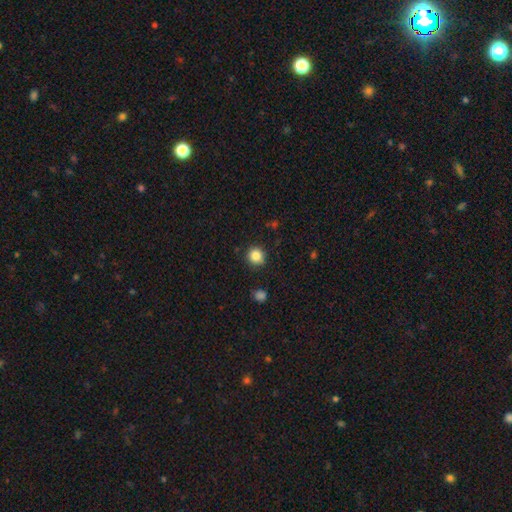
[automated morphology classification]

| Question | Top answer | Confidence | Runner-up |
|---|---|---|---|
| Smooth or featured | smooth | 85% | star or artifact (11%) |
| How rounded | round | 92% | in between (7%) |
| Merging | none | 89% | minor disturbance (7%) |